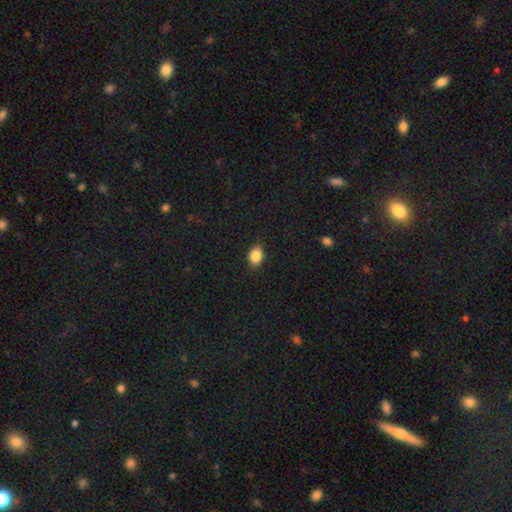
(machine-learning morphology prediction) Smooth or featured?
  - smooth: 85% *
  - star or artifact: 9%
  - featured or disk: 6%
How rounded?
  - in between: 76% *
  - round: 22%
  - cigar-shaped: 2%
Merging?
  - none: 86% *
  - minor disturbance: 11%
  - major disturbance: 2%
  - merger: 1%